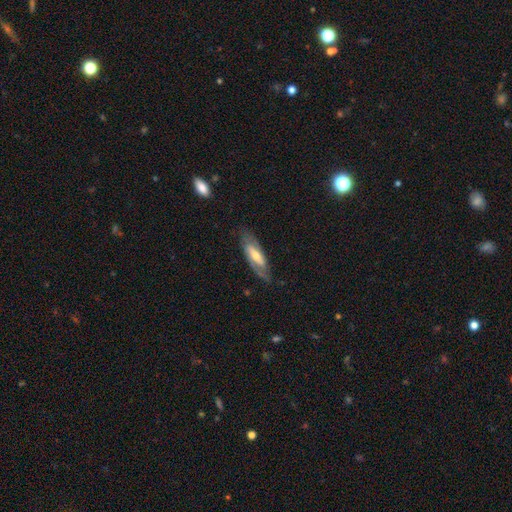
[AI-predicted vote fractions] Morphology: type=featured or disk (70%); edge-on=no (78%); bar=strong (41%); spiral arms=yes (78%); bulge=moderate (56%); merging=none (76%).